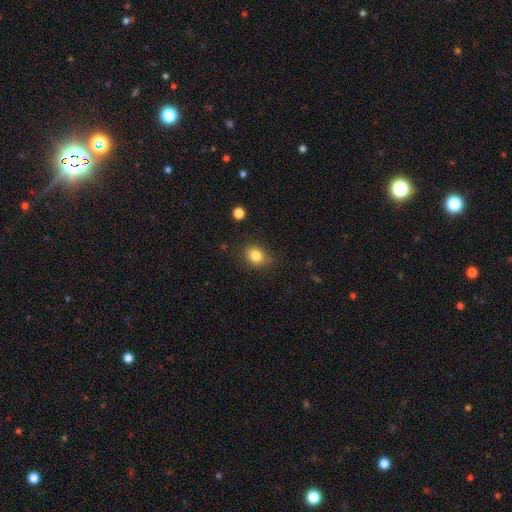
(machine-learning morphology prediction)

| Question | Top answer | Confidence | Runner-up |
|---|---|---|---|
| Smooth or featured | smooth | 83% | star or artifact (11%) |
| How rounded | round | 56% | in between (43%) |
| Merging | none | 80% | minor disturbance (15%) |